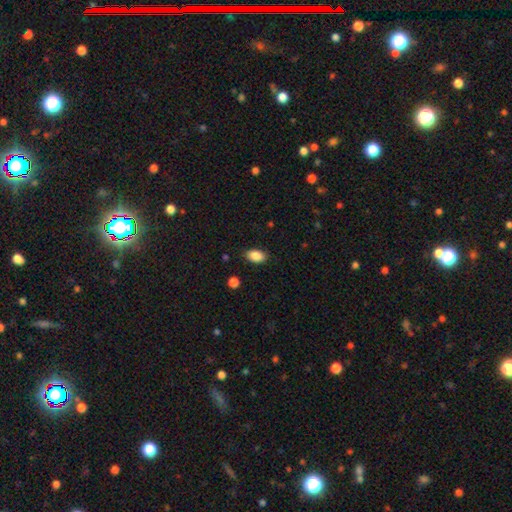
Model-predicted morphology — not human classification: smooth 87%, star or artifact 8%, featured or disk 5%. Down the decision tree: how rounded — in between (90%); merging — none (85%).